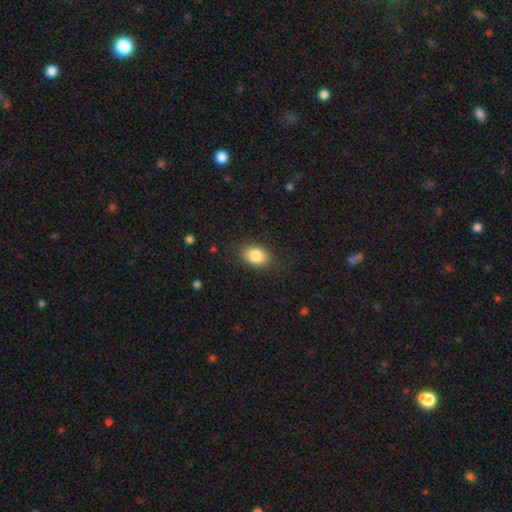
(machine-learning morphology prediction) type=smooth (85%); roundness=in between (76%); merging=none (83%).